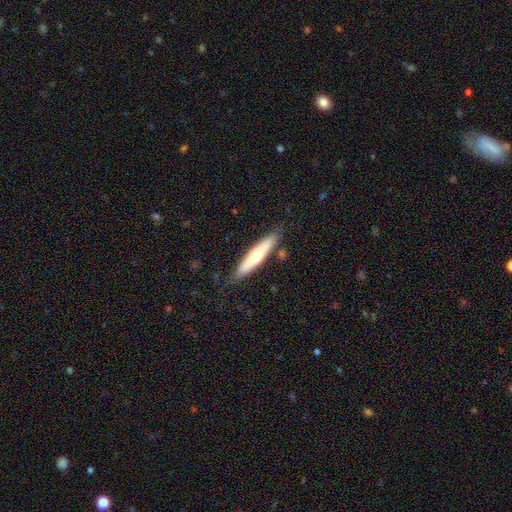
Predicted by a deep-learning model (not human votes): A smooth galaxy with no disk features (53%) that is cigar-shaped (82%). Merging: none (81%).